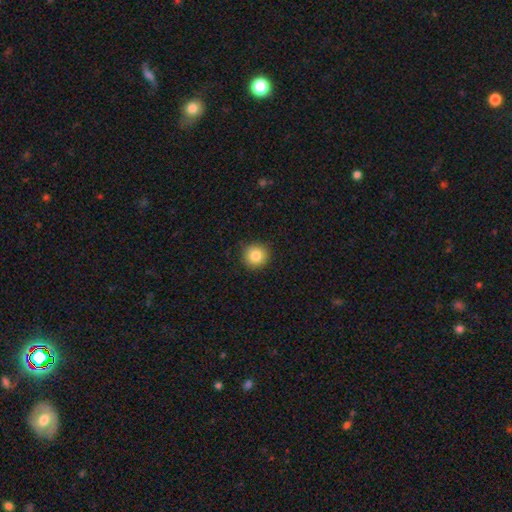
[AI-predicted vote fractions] Morphology: type=smooth (85%); roundness=round (93%); merging=none (91%).